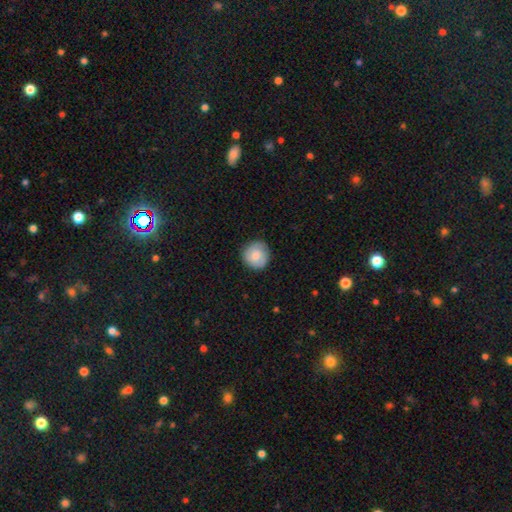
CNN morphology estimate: type=smooth (77%); roundness=round (93%); merging=none (84%).